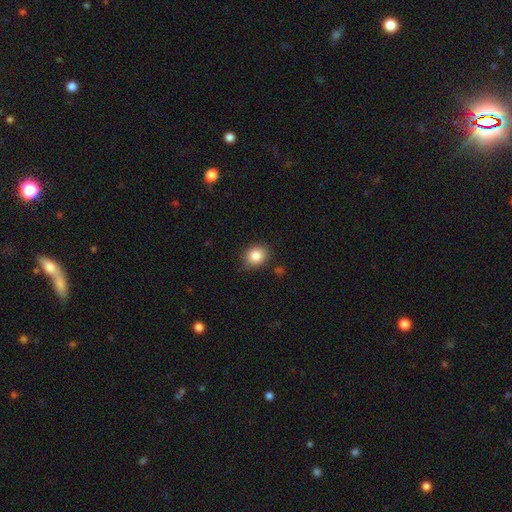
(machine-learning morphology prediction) smooth-or-featured: smooth: 84% | star or artifact: 9% | featured or disk: 6%
  how-rounded: round: 62% | in between: 37% | cigar-shaped: 1%
  merging: none: 80% | minor disturbance: 15% | major disturbance: 3% | merger: 2%